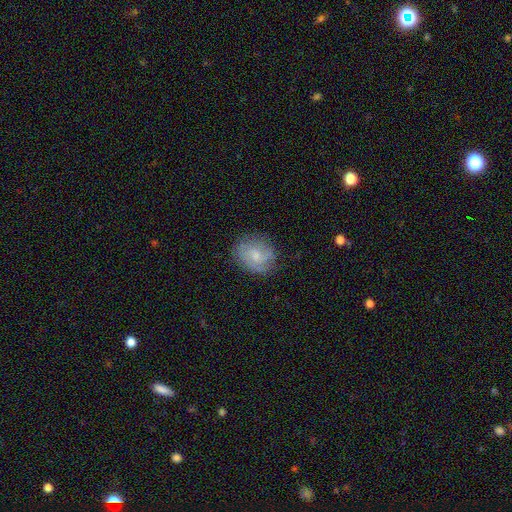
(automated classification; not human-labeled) Smooth or featured? featured or disk (51%)
Edge-on disk? no (97%)
Merging? none (74%)